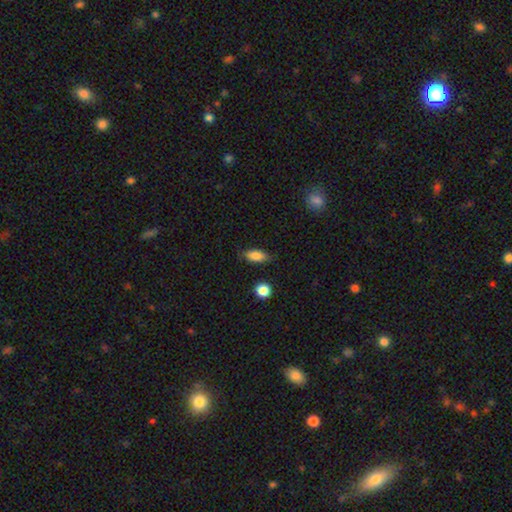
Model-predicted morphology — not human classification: The model was most divided on "merging": none: 81%, minor disturbance: 14%, major disturbance: 3%, merger: 2%. More confident: how rounded — in between (85%); smooth or featured — smooth (84%).